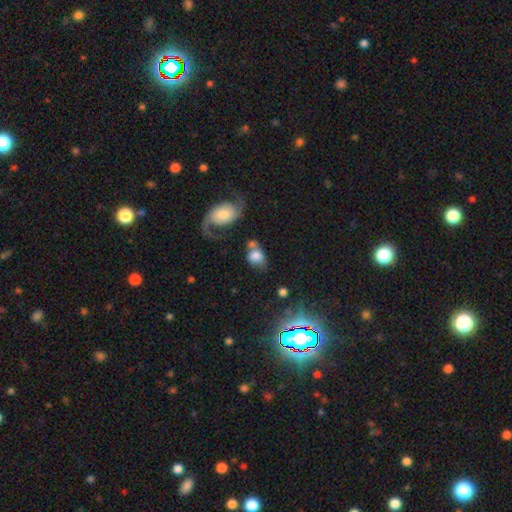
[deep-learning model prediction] smooth-or-featured: smooth: 67% | featured or disk: 23% | star or artifact: 10%
  how-rounded: in between: 60% | round: 38% | cigar-shaped: 2%
  merging: none: 37% | merger: 33% | minor disturbance: 16% | major disturbance: 14%